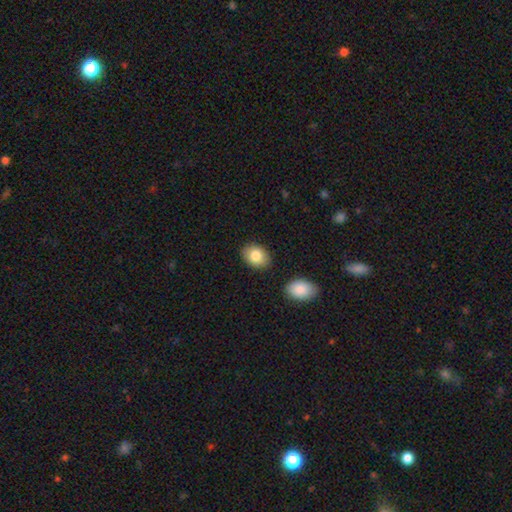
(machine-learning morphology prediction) Smooth or featured: smooth — 83% (featured or disk — 10%)
How rounded: in between — 75% (round — 24%)
Merging: none — 85% (minor disturbance — 9%)